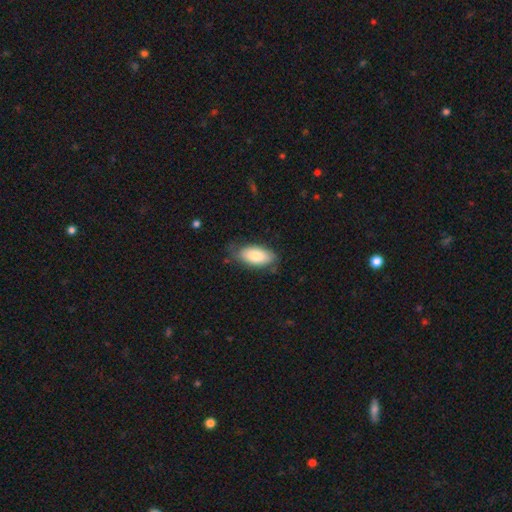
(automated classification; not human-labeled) Smooth or featured: smooth — 78% (featured or disk — 16%)
How rounded: in between — 92% (cigar-shaped — 5%)
Merging: none — 66% (minor disturbance — 26%)